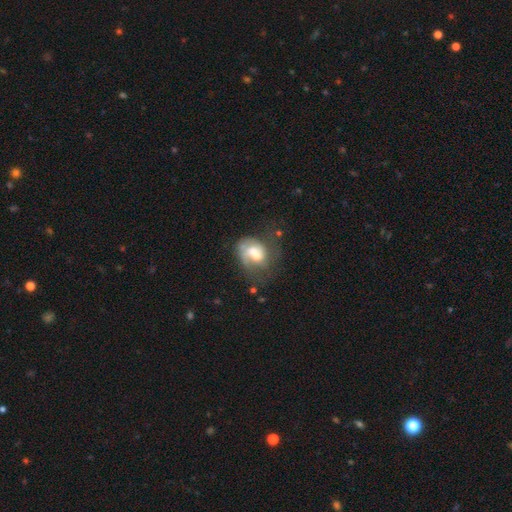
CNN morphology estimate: type=featured or disk (54%); edge-on=no (97%); bar=no (57%); spiral arms=yes (64%); bulge=moderate (46%); merging=none (35%).